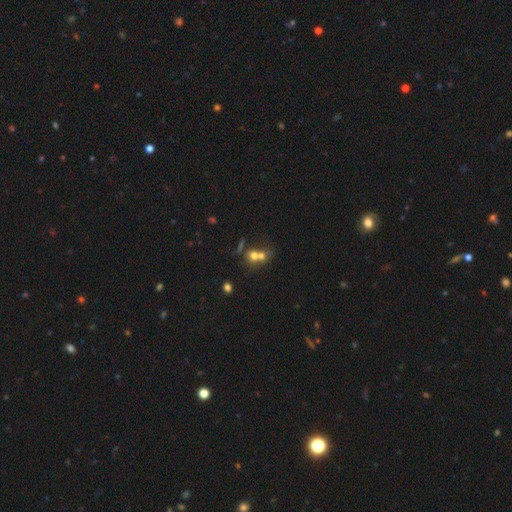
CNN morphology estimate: smooth 62%, featured or disk 22%, star or artifact 16%. Down the decision tree: how rounded — round (72%); merging — merger (63%).